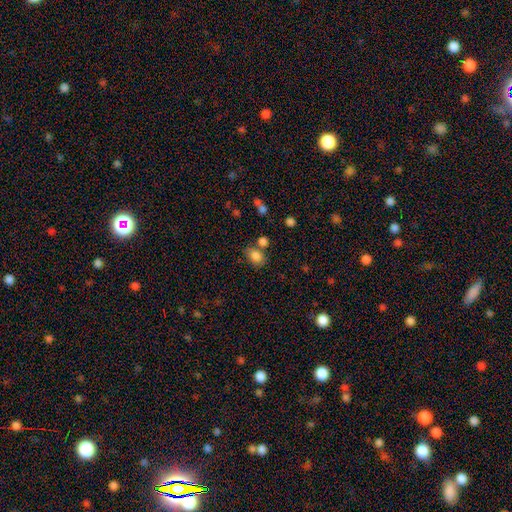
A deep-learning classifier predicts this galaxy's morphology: Smooth or featured? smooth (83%)
How rounded? in between (74%)
Merging? none (58%)